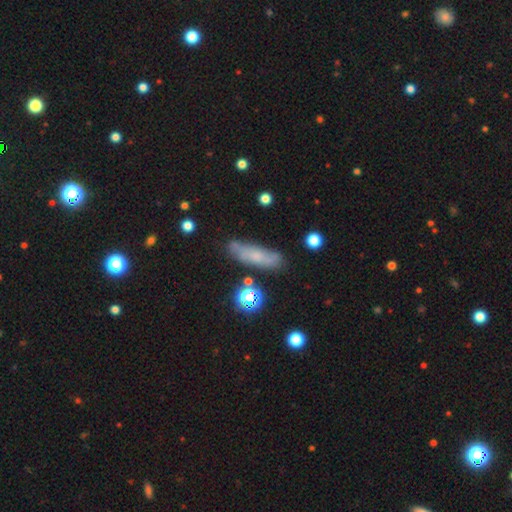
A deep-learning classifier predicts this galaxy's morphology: Smooth or featured: smooth — 56% (featured or disk — 32%)
How rounded: cigar-shaped — 60% (in between — 35%)
Merging: none — 74% (minor disturbance — 17%)